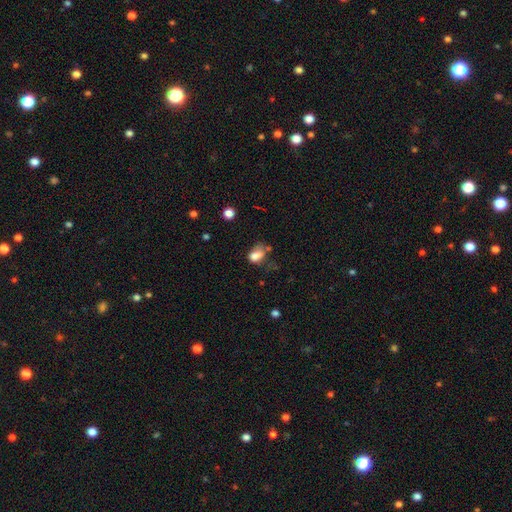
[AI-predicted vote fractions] Morphology: type=smooth (75%); roundness=in between (80%); merging=minor disturbance (32%).